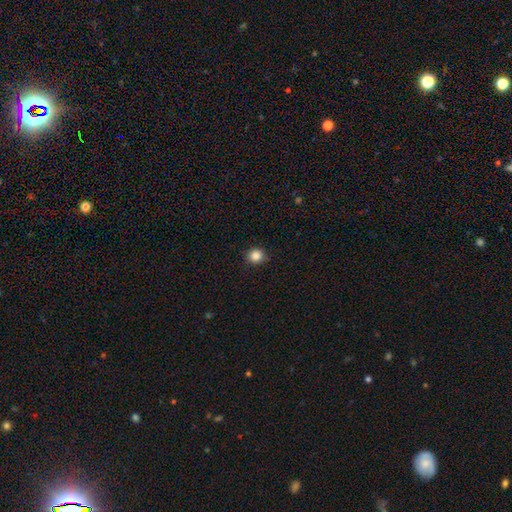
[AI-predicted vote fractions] This is clearly a smooth galaxy (86%). How rounded: clearly round (87%). Merging: clearly none (87%).